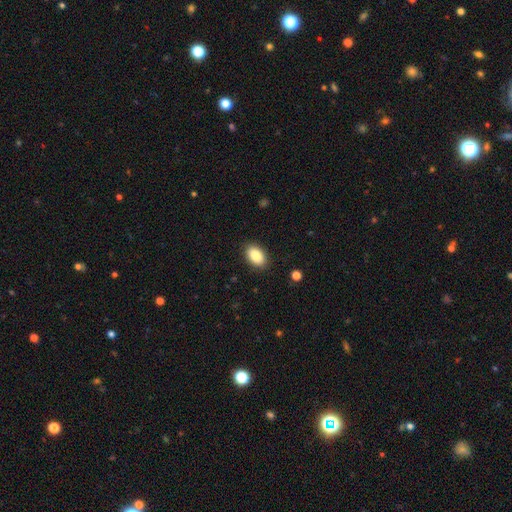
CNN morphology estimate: The model was most divided on "merging": none: 88%, minor disturbance: 8%, major disturbance: 2%, merger: 1%. More confident: how rounded — in between (92%); smooth or featured — smooth (89%).